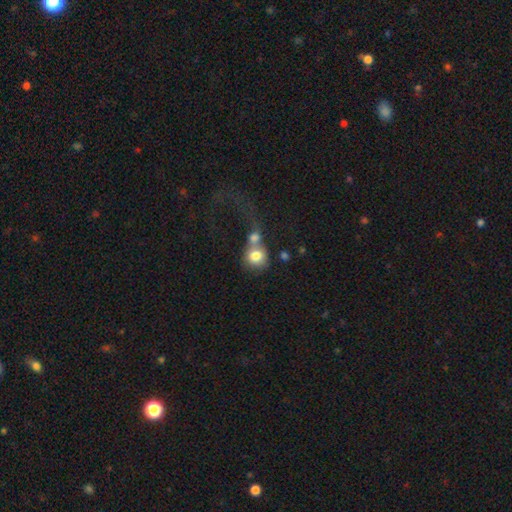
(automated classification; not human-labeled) A smooth galaxy with no disk features (77%) that is round (79%). Merging: merger (60%).